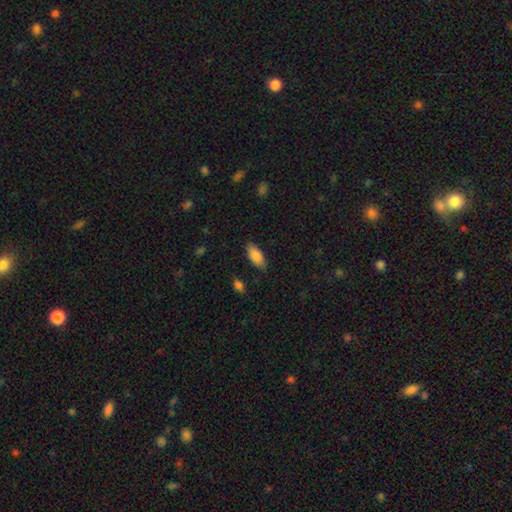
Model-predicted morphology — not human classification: Smooth or featured: smooth — 86% (featured or disk — 8%)
How rounded: in between — 85% (cigar-shaped — 13%)
Merging: none — 85% (minor disturbance — 12%)